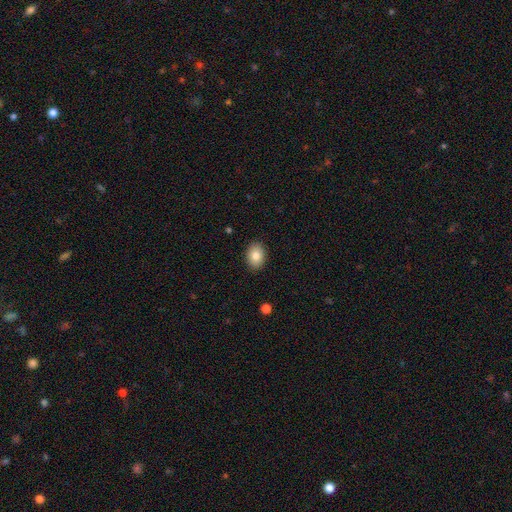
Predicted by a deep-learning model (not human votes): Overall: smooth (83%). How rounded: in between (72%). Merging: none (89%).